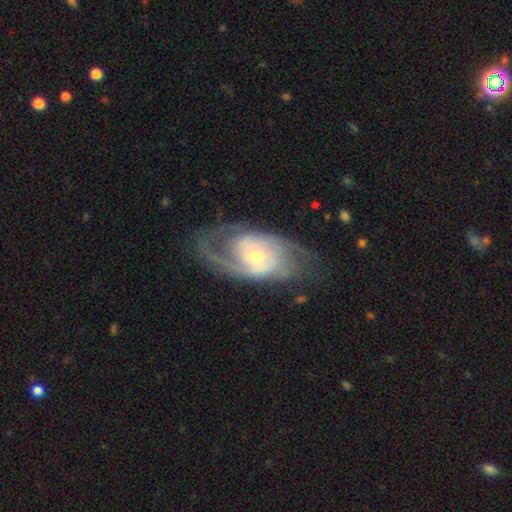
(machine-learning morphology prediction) This appears to be a featured or disk galaxy (88%) with no bar (46%), 2 (56%) tight (47%) spiral arms (96%) and a moderate central bulge (51%). Merging: none (69%).